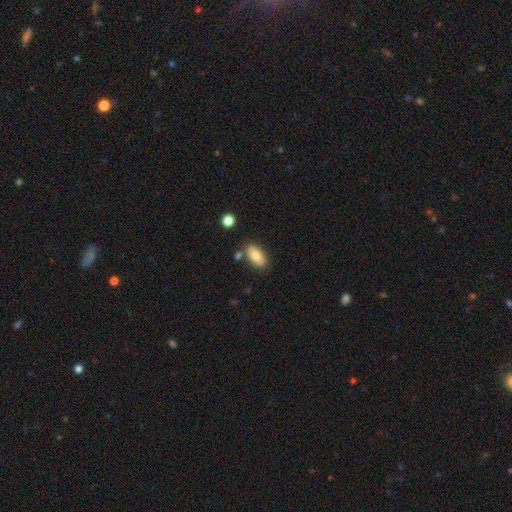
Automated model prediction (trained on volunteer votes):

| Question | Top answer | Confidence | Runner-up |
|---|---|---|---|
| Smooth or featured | smooth | 76% | featured or disk (17%) |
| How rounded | in between | 92% | round (5%) |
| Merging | none | 79% | minor disturbance (12%) |